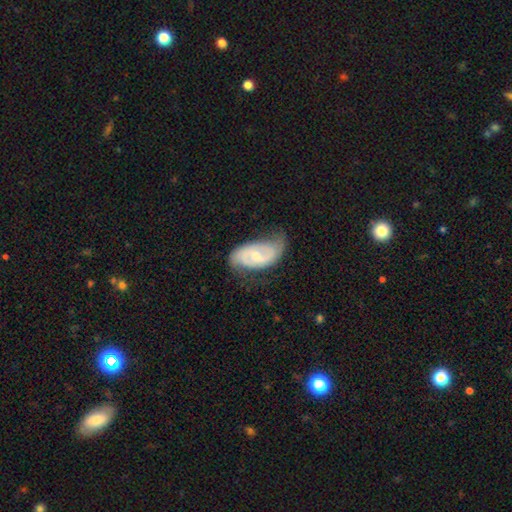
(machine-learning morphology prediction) A featured or disk galaxy (70%) with no bar (49%), 2 (76%) medium (40%) spiral arms (85%) and a small central bulge (49%).

Vote fractions:
- Smooth or featured? featured or disk: 70% / smooth: 24% / star or artifact: 6%
- Edge-on disk? no: 94% / yes: 6%
- Bar? no: 49% / weak: 39% / strong: 12%
- Spiral arms? yes: 85% / no: 15%
- Spiral winding? medium: 40% / tight: 32% / loose: 28%
- Spiral arm count? 2: 76% / can't tell: 15% / 1: 5% / 3: 2% / 4: 1% / more than 4: 1%
- Bulge size? small: 49% / moderate: 47% / large: 2% / none: 1% / dominant: 1%
- Merging? none: 55% / minor disturbance: 30% / major disturbance: 13% / merger: 1%